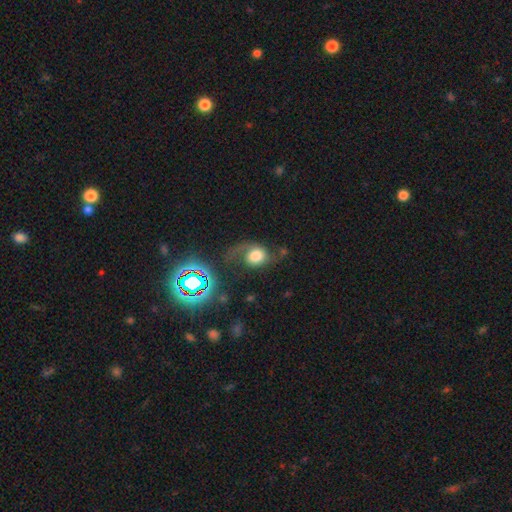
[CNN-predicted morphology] featured or disk 48%, smooth 39%, star or artifact 13%. Down the decision tree: merging — none (43%).